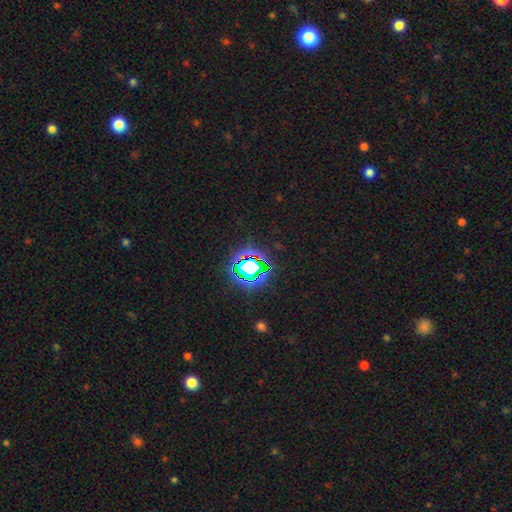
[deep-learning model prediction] This is clearly a star or artifact rather than a galaxy (82%).